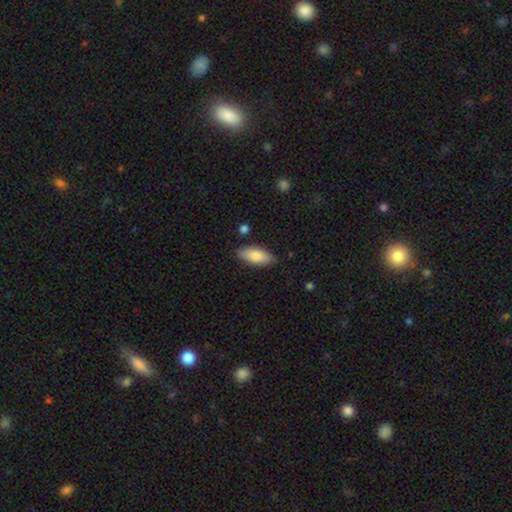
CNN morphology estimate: A smooth galaxy with no disk features (81%) that is in between round and cigar-shaped (83%). Merging: none (83%).